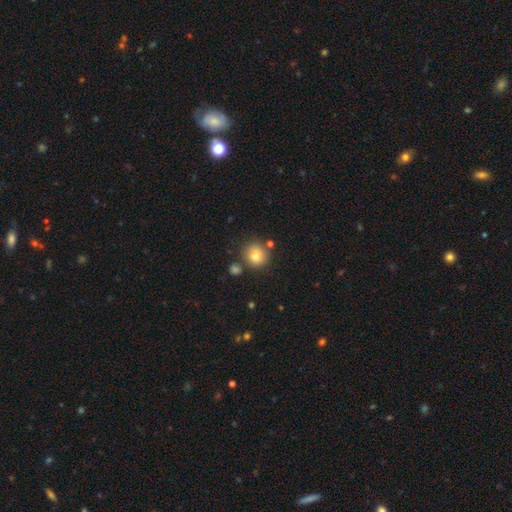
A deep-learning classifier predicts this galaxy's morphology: Smooth or featured?
  - smooth: 78% *
  - star or artifact: 12%
  - featured or disk: 10%
How rounded?
  - round: 91% *
  - in between: 8%
  - cigar-shaped: 1%
Merging?
  - none: 78% *
  - merger: 10%
  - minor disturbance: 10%
  - major disturbance: 3%